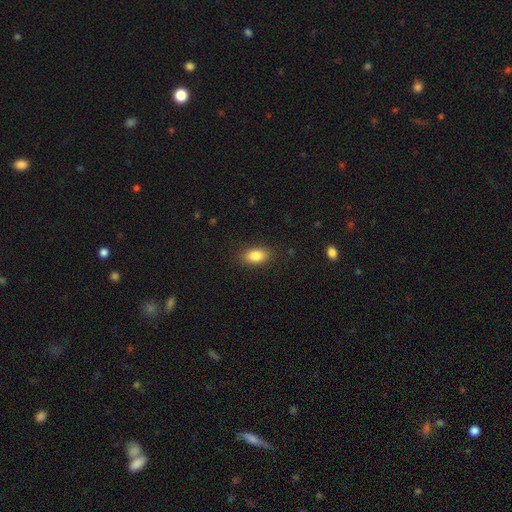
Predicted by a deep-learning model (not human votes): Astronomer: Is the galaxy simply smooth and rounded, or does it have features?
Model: smooth — 85%.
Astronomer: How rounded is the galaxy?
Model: in between — 88%.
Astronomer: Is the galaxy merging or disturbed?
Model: none — 87%.